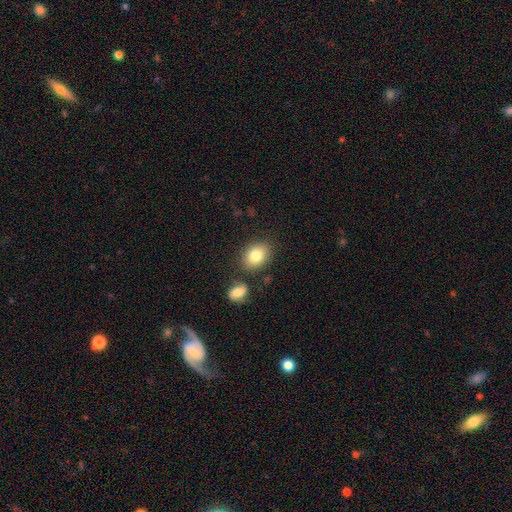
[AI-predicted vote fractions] smooth_or_featured: smooth (p=0.82) [alt: featured or disk p=0.10]
how_rounded: in between (p=0.61) [alt: round p=0.38]
merging: none (p=0.78) [alt: minor disturbance p=0.12]